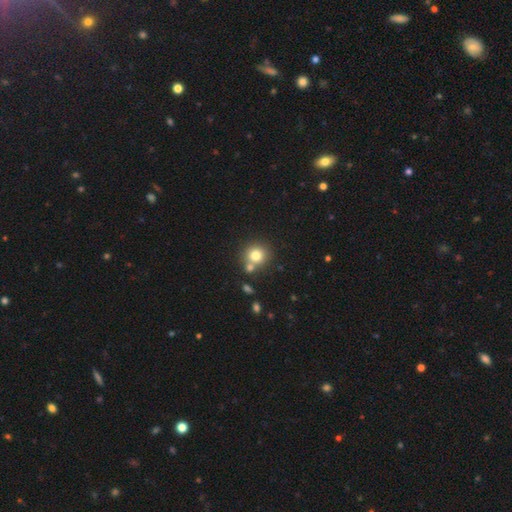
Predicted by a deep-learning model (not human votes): Smooth or featured? smooth (77%)
How rounded? round (90%)
Merging? none (66%)